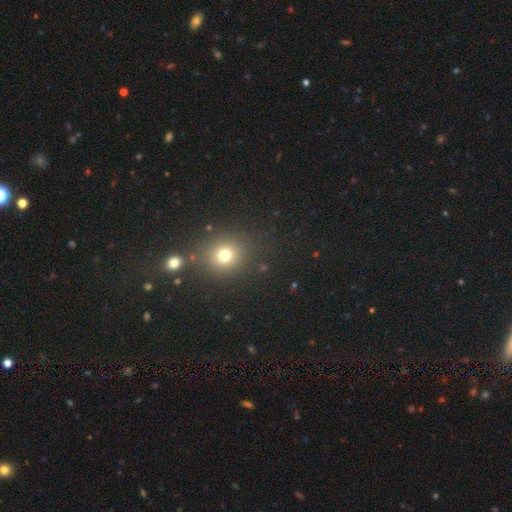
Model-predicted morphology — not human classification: Q: Smooth or featured?
A: smooth (52%); runner-up: star or artifact (39%)
Q: How rounded?
A: round (83%); runner-up: in between (16%)
Q: Merging?
A: none (78%); runner-up: merger (9%)